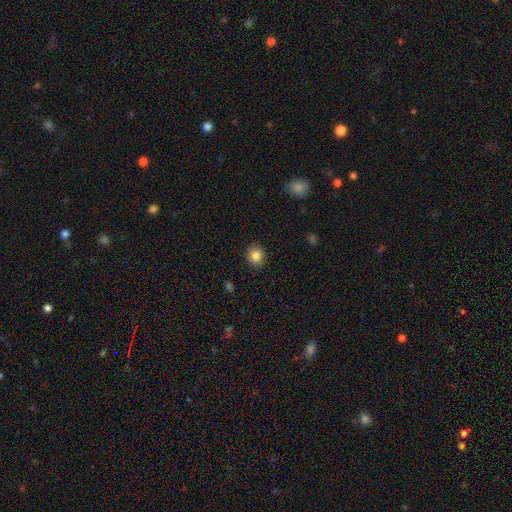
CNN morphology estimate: Smooth or featured: smooth — 86% (star or artifact — 10%)
How rounded: round — 84% (in between — 15%)
Merging: none — 89% (minor disturbance — 8%)